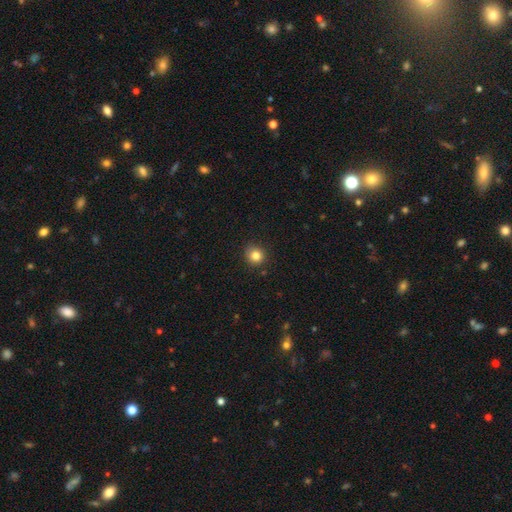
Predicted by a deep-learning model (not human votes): Morphology: type=smooth (83%); roundness=round (89%); merging=none (87%).